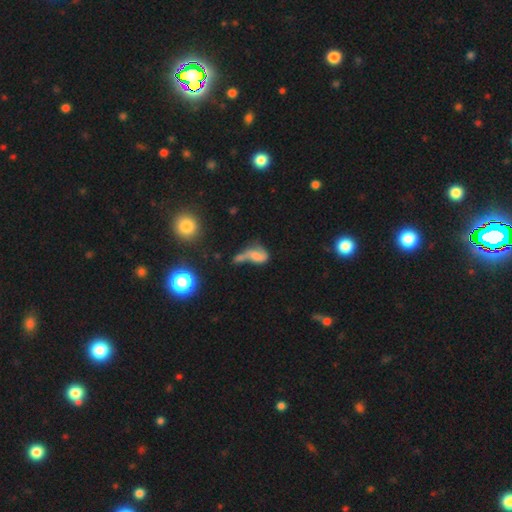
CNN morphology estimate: Smooth or featured?
  - smooth: 44% *
  - featured or disk: 41%
  - star or artifact: 14%
Merging?
  - merger: 48% *
  - major disturbance: 22%
  - none: 17%
  - minor disturbance: 13%